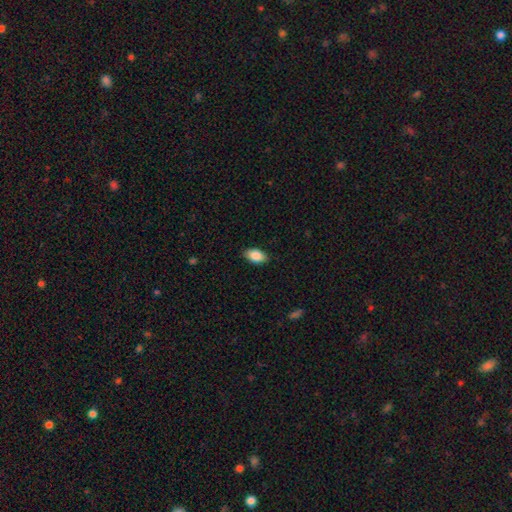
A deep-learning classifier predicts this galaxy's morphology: Smooth or featured? Predicted: smooth (p=0.87). How rounded? Predicted: in between (p=0.93). Merging? Predicted: none (p=0.87).